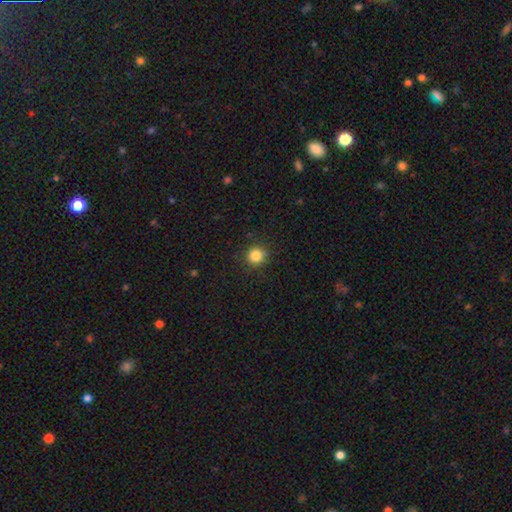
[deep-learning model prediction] smooth 84%, star or artifact 12%, featured or disk 4%. Down the decision tree: how rounded — round (91%); merging — none (89%).